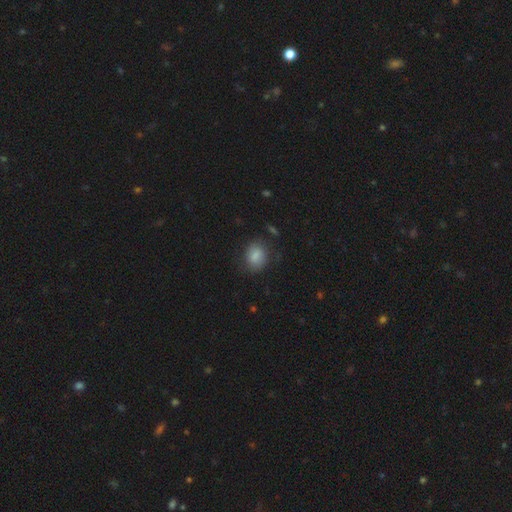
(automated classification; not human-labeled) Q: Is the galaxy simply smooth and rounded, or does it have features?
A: smooth — 84%.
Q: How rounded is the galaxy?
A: in between — 54%.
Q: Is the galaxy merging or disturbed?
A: none — 76%.